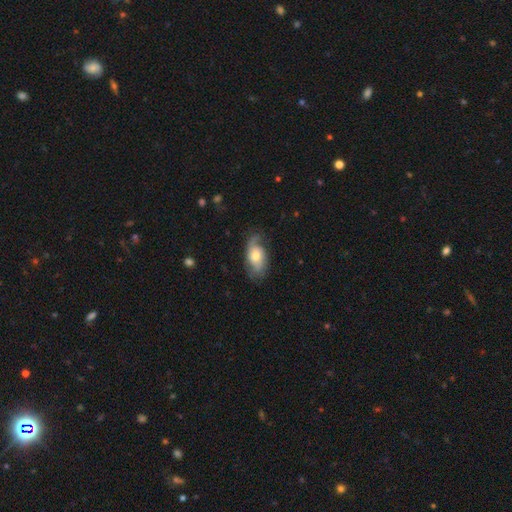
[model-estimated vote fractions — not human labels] Smooth or featured? featured or disk (60%)
Edge-on disk? no (92%)
Bar? no (70%)
Spiral arms? yes (85%)
Bulge size? moderate (66%)
Merging? none (59%)